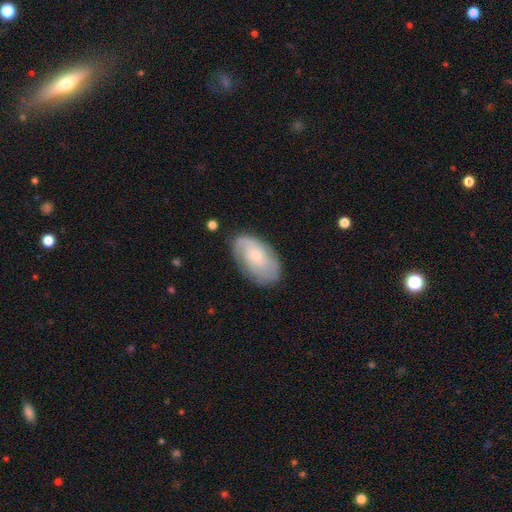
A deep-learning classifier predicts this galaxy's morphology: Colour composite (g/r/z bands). It shows a featured or disk galaxy (61%) with no bar (77%), spiral arms (82%) and a small central bulge (76%). Merging: none (73%).